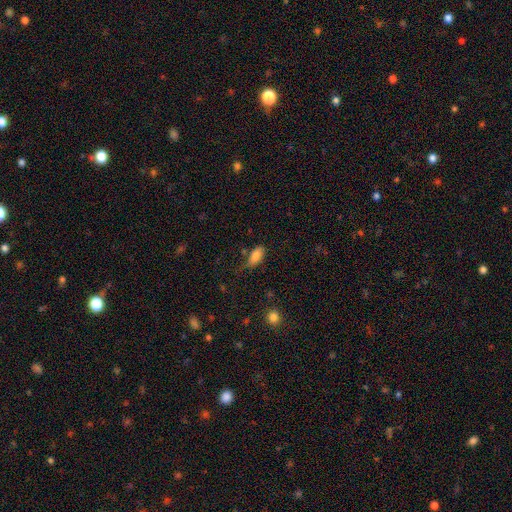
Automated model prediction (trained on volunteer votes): Morphology: type=smooth (82%); roundness=in between (88%); merging=none (59%).